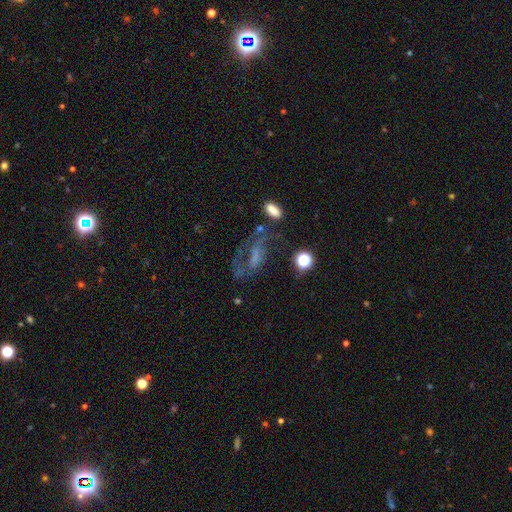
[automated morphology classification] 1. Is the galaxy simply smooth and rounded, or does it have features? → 54% featured or disk, 26% smooth, 20% star or artifact.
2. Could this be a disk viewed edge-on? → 92% no, 8% yes.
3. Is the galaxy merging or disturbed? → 40% none, 33% major disturbance, 19% minor disturbance, 9% merger.